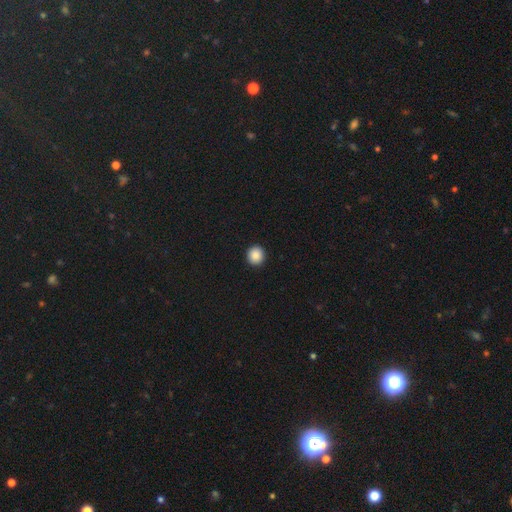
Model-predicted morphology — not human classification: Smooth or featured?
  - smooth: 88% *
  - star or artifact: 9%
  - featured or disk: 3%
How rounded?
  - round: 92% *
  - in between: 7%
  - cigar-shaped: 1%
Merging?
  - none: 94% *
  - minor disturbance: 4%
  - major disturbance: 1%
  - merger: 1%